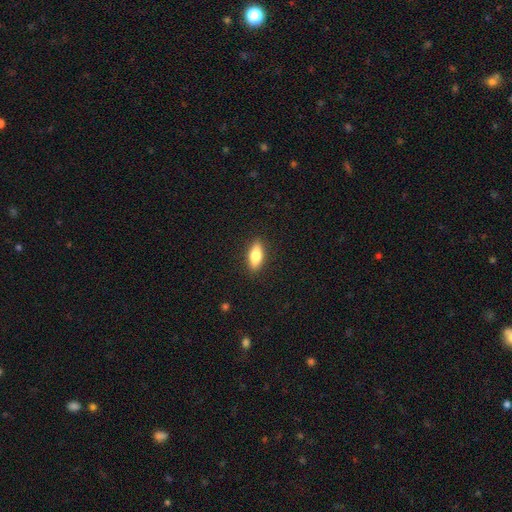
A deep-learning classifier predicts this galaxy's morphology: The model was most divided on "how rounded": in between: 75%, cigar-shaped: 22%, round: 3%. More confident: merging — none (89%); smooth or featured — smooth (78%).